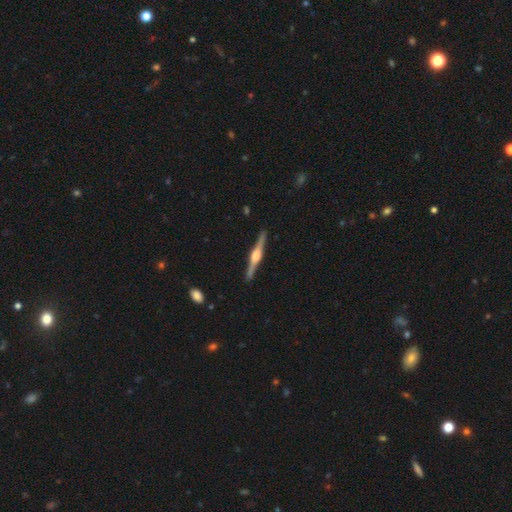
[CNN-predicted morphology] Smooth or featured? Predicted: featured or disk (p=0.86). Edge-on disk? Predicted: yes (p=0.99). Edge-on bulge? Predicted: rounded (p=0.84). Merging? Predicted: none (p=0.92).